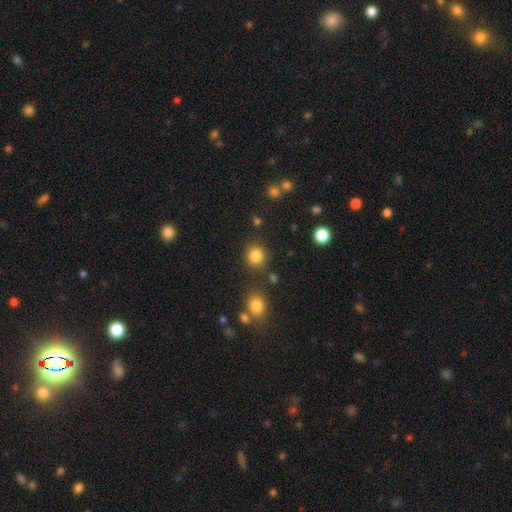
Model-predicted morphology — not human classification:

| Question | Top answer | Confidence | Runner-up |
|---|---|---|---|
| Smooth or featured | smooth | 84% | star or artifact (12%) |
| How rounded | round | 89% | in between (10%) |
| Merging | none | 83% | minor disturbance (8%) |